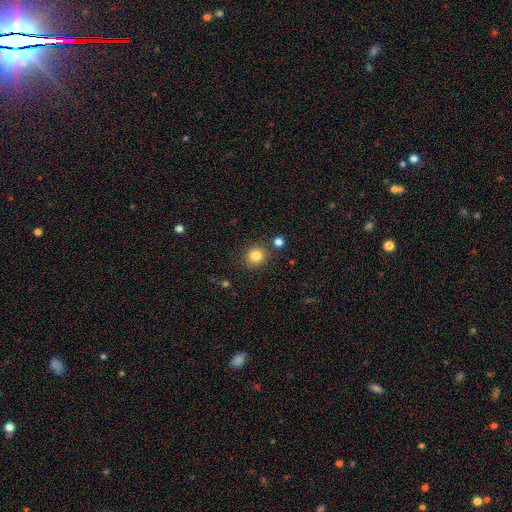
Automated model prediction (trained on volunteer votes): smooth_or_featured: smooth (p=0.83) [alt: star or artifact p=0.11]
how_rounded: round (p=0.84) [alt: in between p=0.15]
merging: none (p=0.84) [alt: minor disturbance p=0.08]